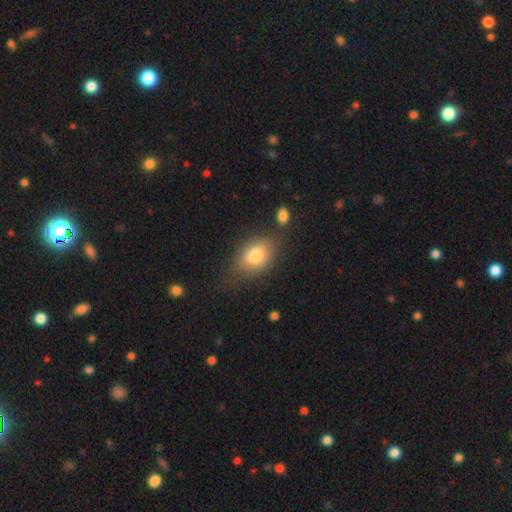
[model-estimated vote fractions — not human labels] Overall: smooth (77%). How rounded: in between (78%). Merging: none (63%).